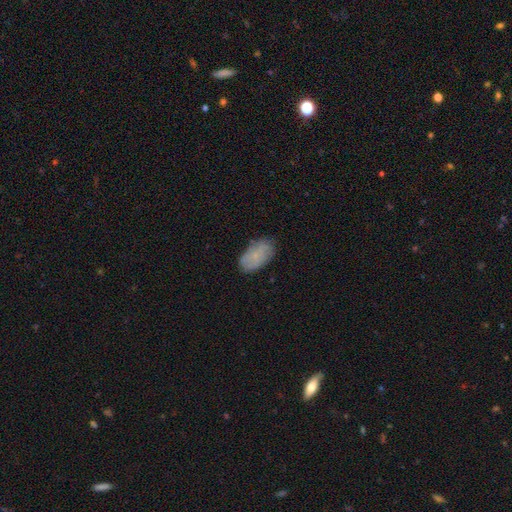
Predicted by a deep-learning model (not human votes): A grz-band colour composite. It shows a smooth galaxy with no disk features (71%) that is in between round and cigar-shaped (94%). Merging: none (76%).